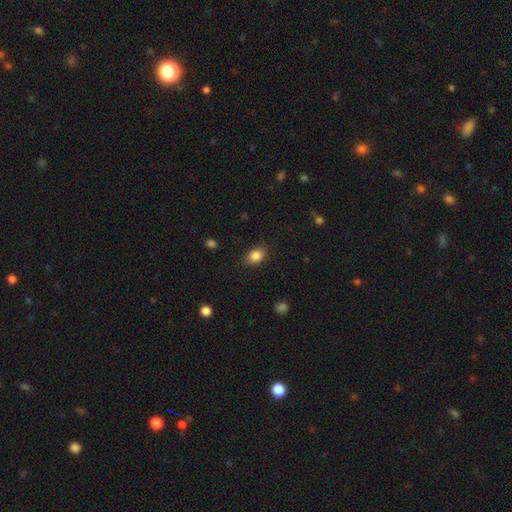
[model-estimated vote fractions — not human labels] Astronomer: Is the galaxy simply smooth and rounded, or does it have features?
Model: smooth — 85%.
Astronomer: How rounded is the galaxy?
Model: in between — 76%.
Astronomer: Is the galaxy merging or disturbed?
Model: none — 84%.